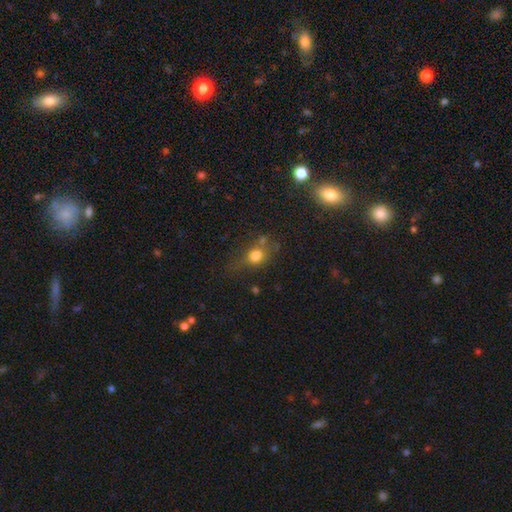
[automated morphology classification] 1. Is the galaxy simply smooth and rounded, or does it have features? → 74% smooth, 14% star or artifact, 12% featured or disk.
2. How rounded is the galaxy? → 54% round, 42% in between, 4% cigar-shaped.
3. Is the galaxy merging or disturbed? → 54% none, 23% minor disturbance, 12% major disturbance, 10% merger.